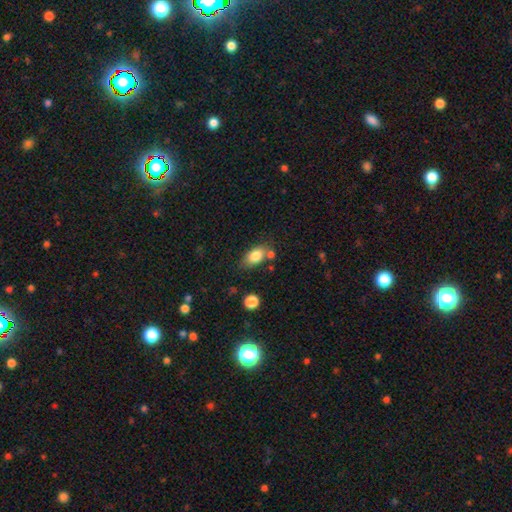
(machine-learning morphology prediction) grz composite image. It shows a smooth galaxy with no disk features (82%) that is in between round and cigar-shaped (85%). Merging: none (64%).